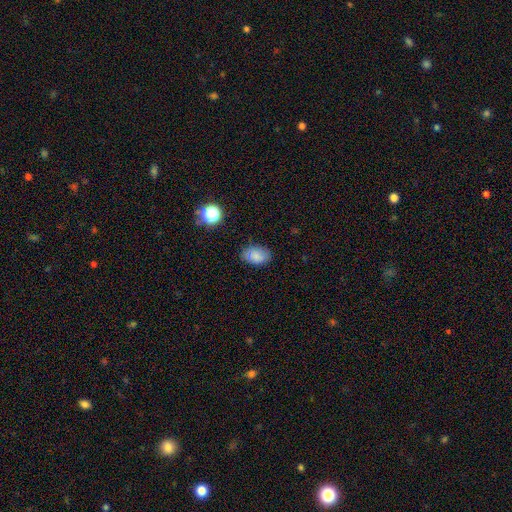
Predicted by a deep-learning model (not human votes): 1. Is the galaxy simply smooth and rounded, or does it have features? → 79% smooth, 11% star or artifact, 11% featured or disk.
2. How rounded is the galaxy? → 87% in between, 11% round, 1% cigar-shaped.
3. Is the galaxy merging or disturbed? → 77% none, 17% minor disturbance, 4% major disturbance, 2% merger.